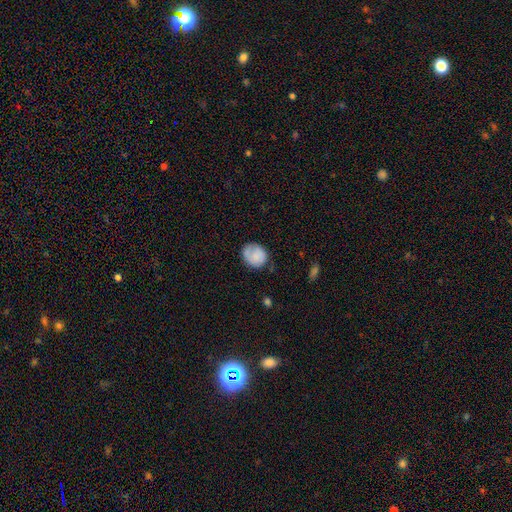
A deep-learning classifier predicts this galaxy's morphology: smooth-or-featured: smooth: 77% | featured or disk: 16% | star or artifact: 7%
  how-rounded: round: 65% | in between: 34% | cigar-shaped: 1%
  merging: none: 63% | minor disturbance: 25% | major disturbance: 9% | merger: 3%